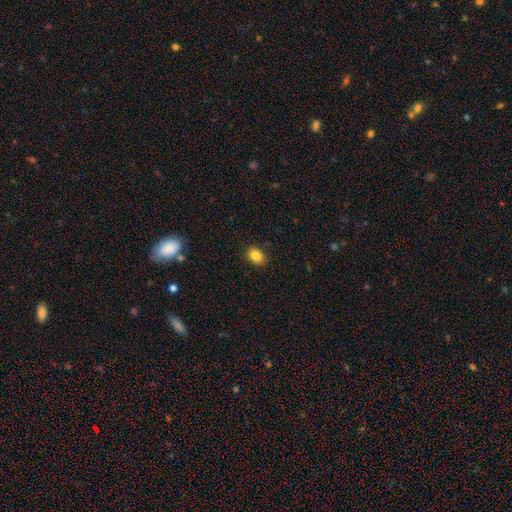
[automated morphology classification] Smooth or featured: smooth — 84% (star or artifact — 9%)
How rounded: in between — 65% (round — 34%)
Merging: none — 88% (minor disturbance — 8%)